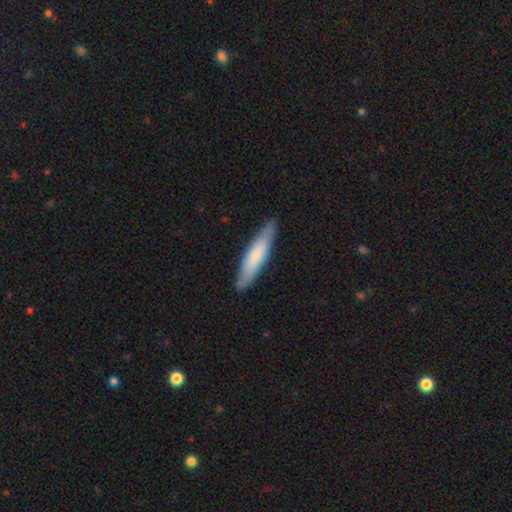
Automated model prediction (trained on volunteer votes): Smooth or featured? smooth (70%)
How rounded? cigar-shaped (84%)
Merging? none (85%)